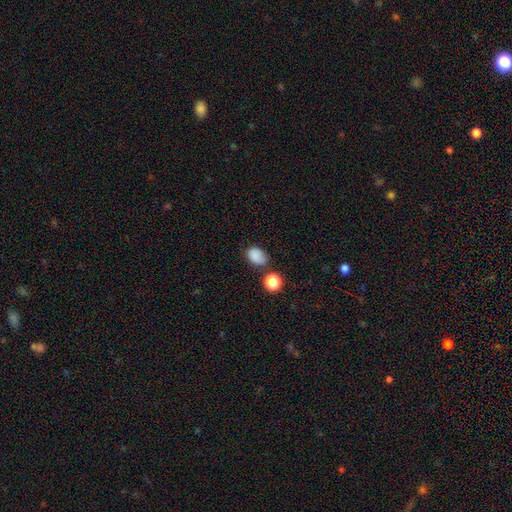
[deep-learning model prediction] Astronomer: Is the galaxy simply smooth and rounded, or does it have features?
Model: smooth — 85%.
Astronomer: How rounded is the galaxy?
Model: in between — 74%.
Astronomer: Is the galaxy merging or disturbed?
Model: none — 67%.